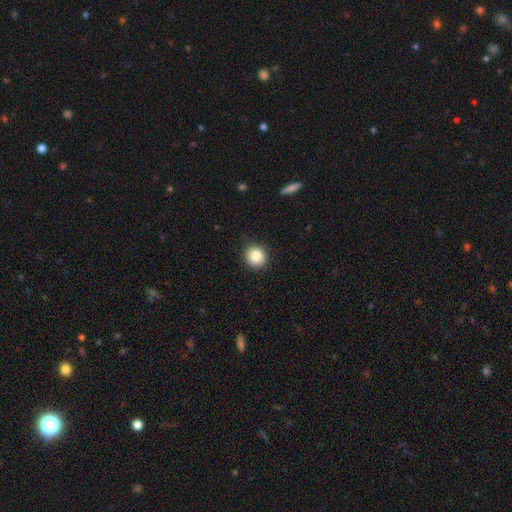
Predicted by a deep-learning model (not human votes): Morphology: type=smooth (84%); roundness=round (93%); merging=none (91%).